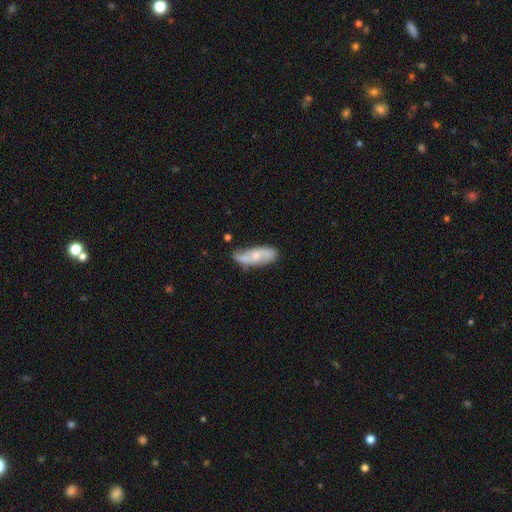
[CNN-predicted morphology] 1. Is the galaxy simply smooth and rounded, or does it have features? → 56% featured or disk, 38% smooth, 6% star or artifact.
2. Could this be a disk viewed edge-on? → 85% no, 15% yes.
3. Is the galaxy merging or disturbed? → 63% none, 26% minor disturbance, 7% major disturbance, 4% merger.